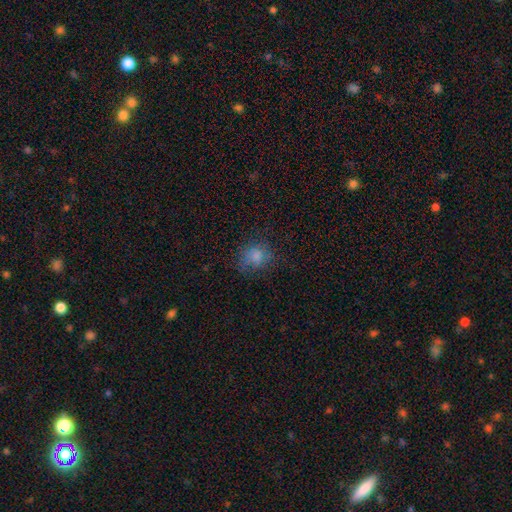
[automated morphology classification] smooth 77%, star or artifact 14%, featured or disk 9%. Down the decision tree: how rounded — round (79%); merging — none (71%).